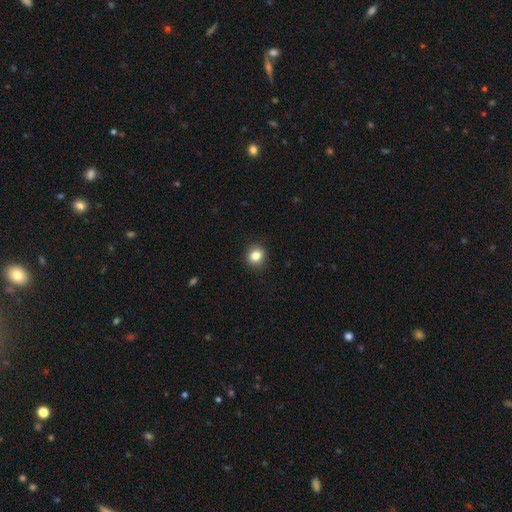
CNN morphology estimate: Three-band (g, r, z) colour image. It shows a smooth galaxy with no disk features (83%) that is round (78%). Merging: none (91%).